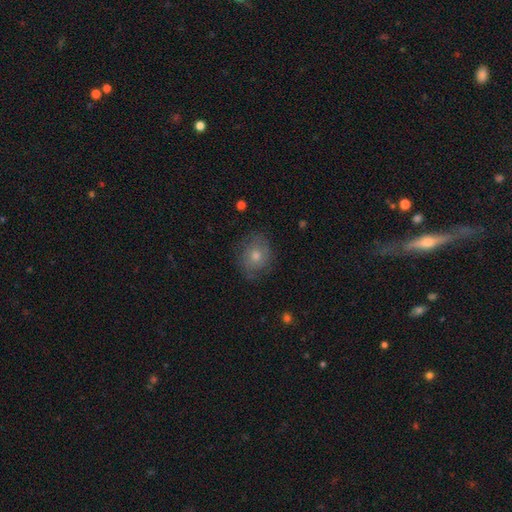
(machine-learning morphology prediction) Smooth or featured? Predicted: smooth (p=0.53). How rounded? Predicted: round (p=0.69). Merging? Predicted: none (p=0.77).